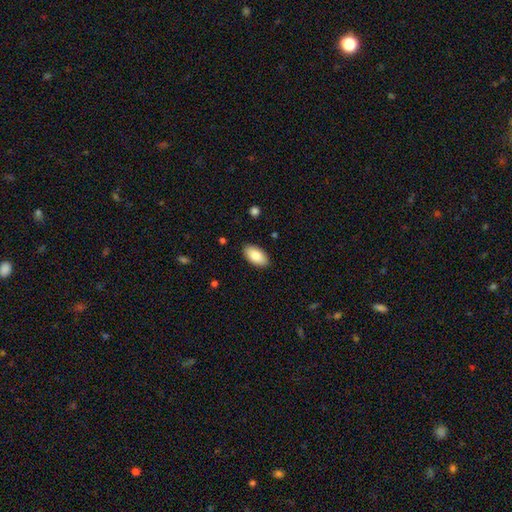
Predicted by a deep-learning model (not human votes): smooth 85%, featured or disk 9%, star or artifact 6%. Down the decision tree: how rounded — in between (95%); merging — none (88%).